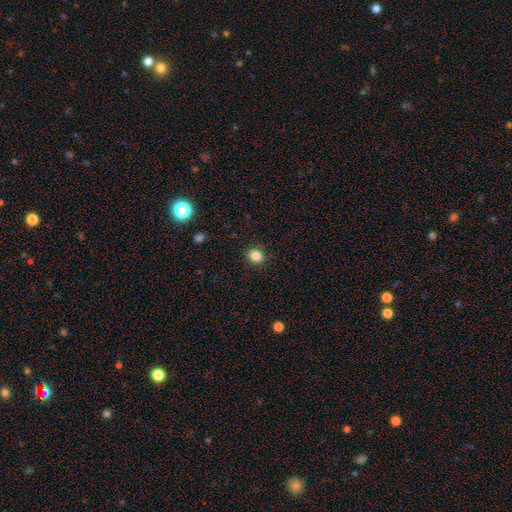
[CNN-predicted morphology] This appears to be a smooth galaxy with no disk features (85%) that is round (79%). Merging: none (91%).